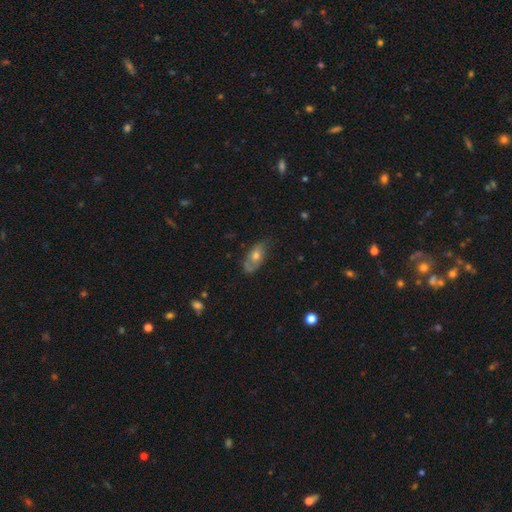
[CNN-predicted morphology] Overall: featured or disk (47%; smooth 43%). Merging: none (62%; minor disturbance 26%).